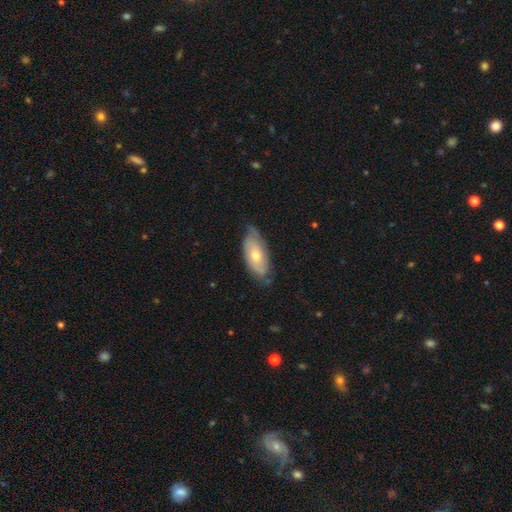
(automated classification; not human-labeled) Smooth or featured? Predicted: featured or disk (p=0.49). Merging? Predicted: none (p=0.64).